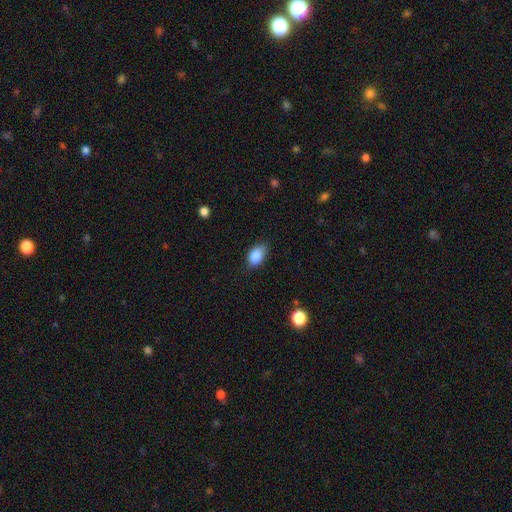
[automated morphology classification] smooth_or_featured: smooth (p=0.87) [alt: star or artifact p=0.08]
how_rounded: in between (p=0.89) [alt: round p=0.09]
merging: none (p=0.80) [alt: minor disturbance p=0.16]